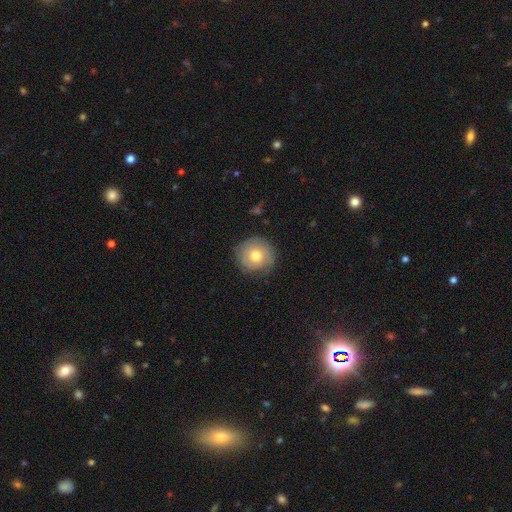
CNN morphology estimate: Q: Smooth or featured?
A: smooth (69%); runner-up: featured or disk (22%)
Q: How rounded?
A: round (93%); runner-up: in between (6%)
Q: Merging?
A: none (80%); runner-up: minor disturbance (15%)